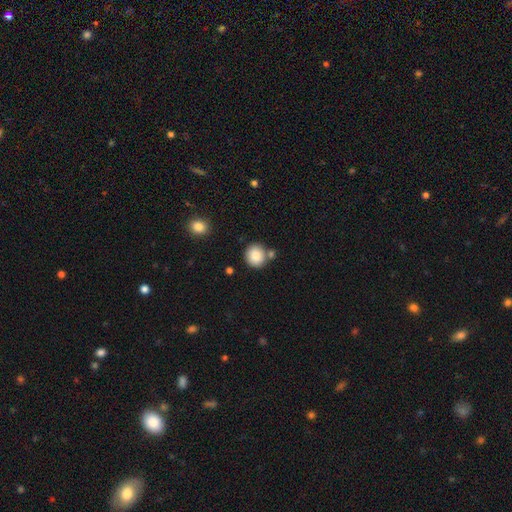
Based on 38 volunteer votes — smooth 95%, featured or disk 3%, star or artifact 3%. Down the decision tree: how rounded — round (94%); merging — none (62%).